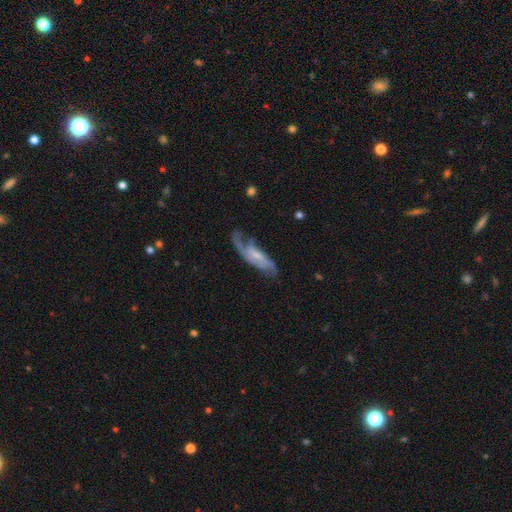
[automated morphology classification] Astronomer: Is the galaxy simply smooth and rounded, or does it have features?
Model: featured or disk — 75%.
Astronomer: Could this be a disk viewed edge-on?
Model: no — 85%.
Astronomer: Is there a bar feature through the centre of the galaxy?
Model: weak — 42% (runner-up: no, 40%).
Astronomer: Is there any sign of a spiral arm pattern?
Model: yes — 90%.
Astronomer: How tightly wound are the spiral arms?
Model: medium — 42% (runner-up: loose, 38%).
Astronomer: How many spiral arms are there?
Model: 2 — 65%.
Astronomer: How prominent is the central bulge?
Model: small — 54%.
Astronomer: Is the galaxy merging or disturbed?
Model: none — 51%.